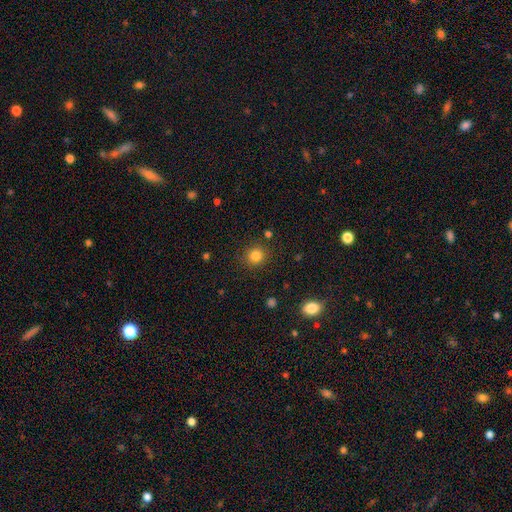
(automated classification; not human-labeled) smooth_or_featured: smooth (p=0.83) [alt: star or artifact p=0.13]
how_rounded: round (p=0.89) [alt: in between p=0.10]
merging: none (p=0.87) [alt: minor disturbance p=0.08]